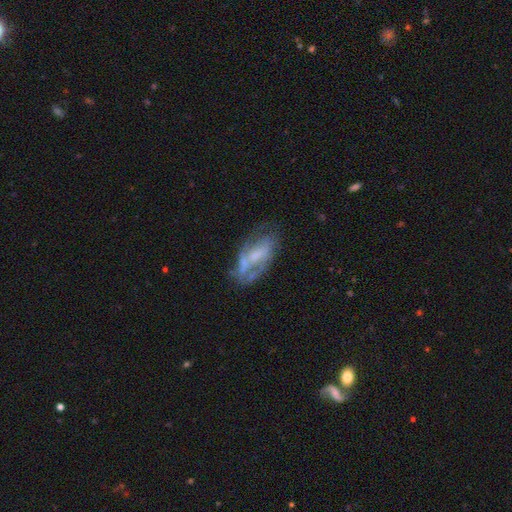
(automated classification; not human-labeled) Q: Smooth or featured?
A: featured or disk (65%); runner-up: smooth (27%)
Q: Edge-on disk?
A: no (92%); runner-up: yes (8%)
Q: Bar?
A: no (52%); runner-up: weak (33%)
Q: Spiral arms?
A: yes (56%); runner-up: no (44%)
Q: Bulge size?
A: none (32%); runner-up: small (31%)
Q: Merging?
A: none (47%); runner-up: minor disturbance (25%)